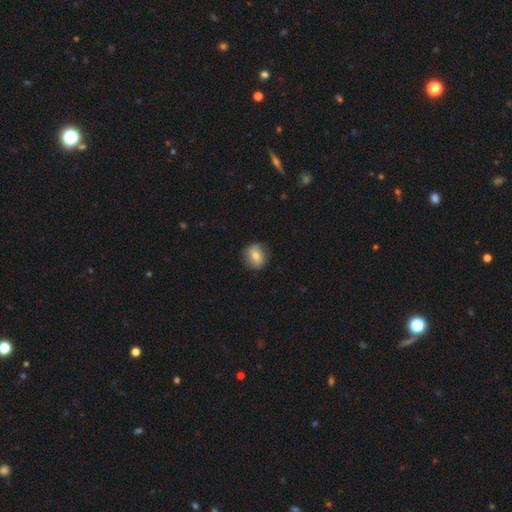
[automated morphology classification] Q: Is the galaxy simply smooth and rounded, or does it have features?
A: smooth — 69%.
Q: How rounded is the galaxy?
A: round — 72%.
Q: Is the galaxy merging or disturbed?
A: none — 83%.